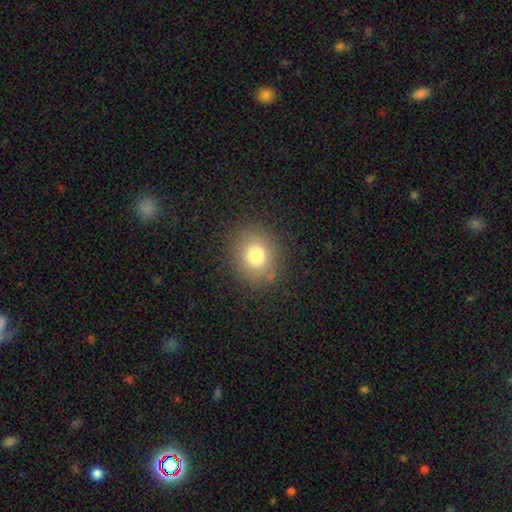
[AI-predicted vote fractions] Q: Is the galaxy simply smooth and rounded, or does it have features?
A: smooth — 77%.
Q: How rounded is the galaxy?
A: round — 75%.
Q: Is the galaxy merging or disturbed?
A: none — 85%.